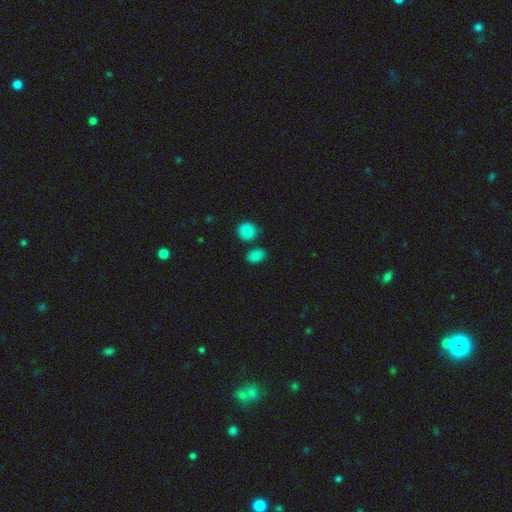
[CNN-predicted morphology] A smooth galaxy with no disk features (84%) that is in between round and cigar-shaped (70%). Merging: none (73%).